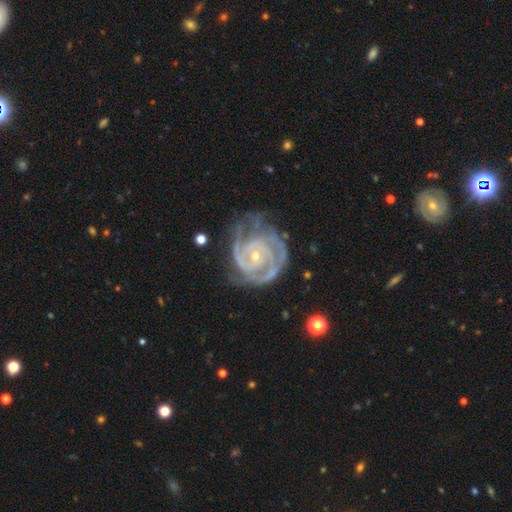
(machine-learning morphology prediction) Smooth or featured? Predicted: featured or disk (p=0.90). Edge-on disk? Predicted: no (p=0.98). Bar? Predicted: no (p=0.70). Spiral arms? Predicted: yes (p=0.97). Spiral winding? Predicted: tight (p=0.71). Spiral arm count? Predicted: 2 (p=0.37). Bulge size? Predicted: small (p=0.73). Merging? Predicted: none (p=0.56).